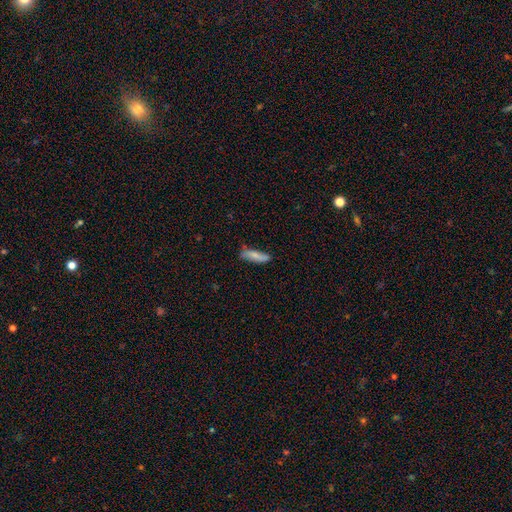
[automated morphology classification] Smooth or featured: smooth — 76% (featured or disk — 18%)
How rounded: cigar-shaped — 66% (in between — 32%)
Merging: none — 71% (minor disturbance — 22%)